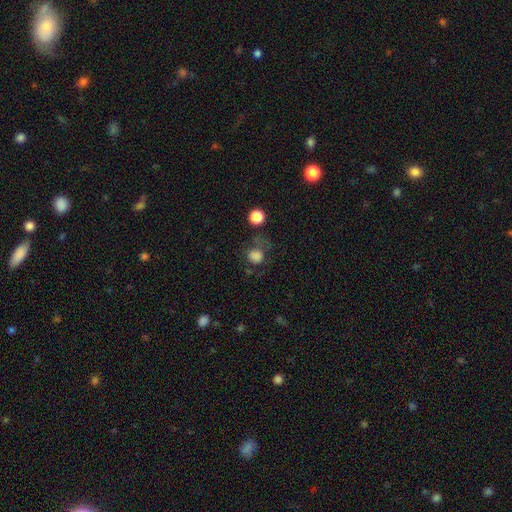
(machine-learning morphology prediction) Overall: smooth (78%). How rounded: round (79%). Merging: none (53%; minor disturbance 21%).